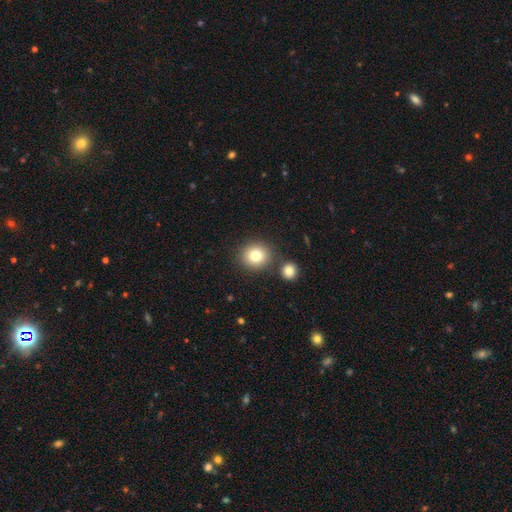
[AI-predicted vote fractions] Morphology: type=smooth (80%); roundness=round (88%); merging=none (79%).